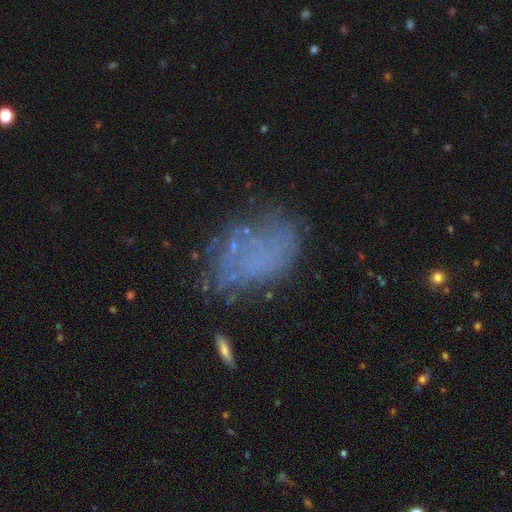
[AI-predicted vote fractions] smooth_or_featured: smooth (p=0.45) [alt: featured or disk p=0.36]
merging: none (p=0.52) [alt: minor disturbance p=0.22]